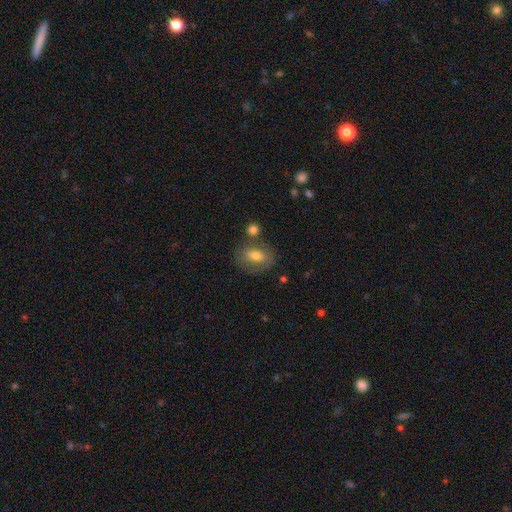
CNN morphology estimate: Smooth or featured? Predicted: smooth (p=0.66). How rounded? Predicted: in between (p=0.69). Merging? Predicted: none (p=0.64).